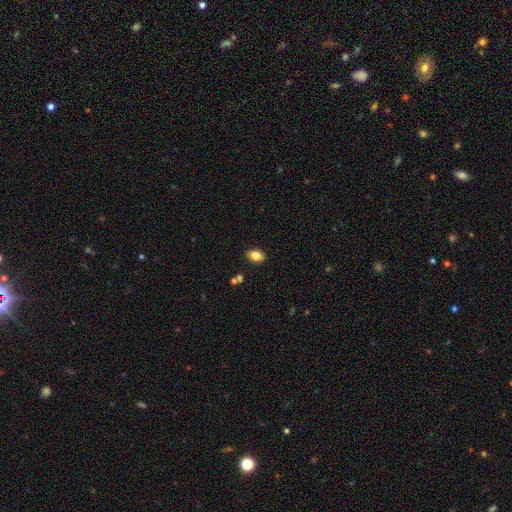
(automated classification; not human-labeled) Smooth or featured? Predicted: smooth (p=0.81). How rounded? Predicted: in between (p=0.84). Merging? Predicted: none (p=0.87).